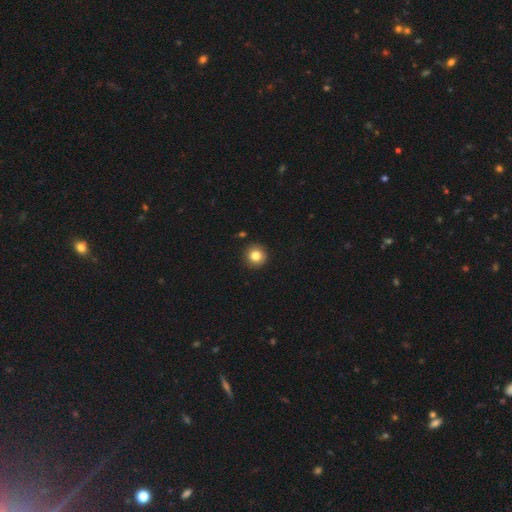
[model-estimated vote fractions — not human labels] A smooth galaxy with no disk features (82%) that is round (94%). Merging: none (91%).